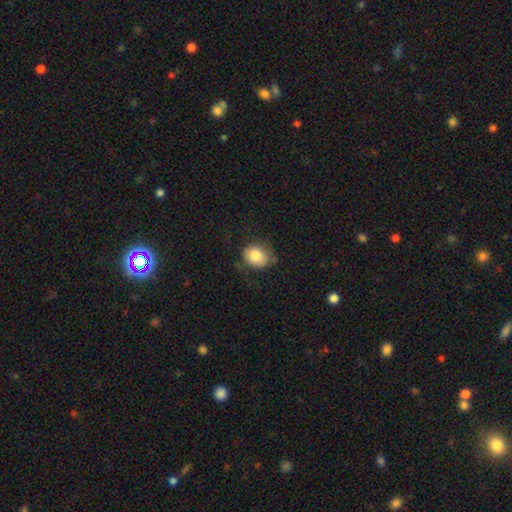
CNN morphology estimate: smooth_or_featured: smooth (p=0.82) [alt: featured or disk p=0.10]
how_rounded: round (p=0.57) [alt: in between p=0.42]
merging: none (p=0.67) [alt: minor disturbance p=0.24]